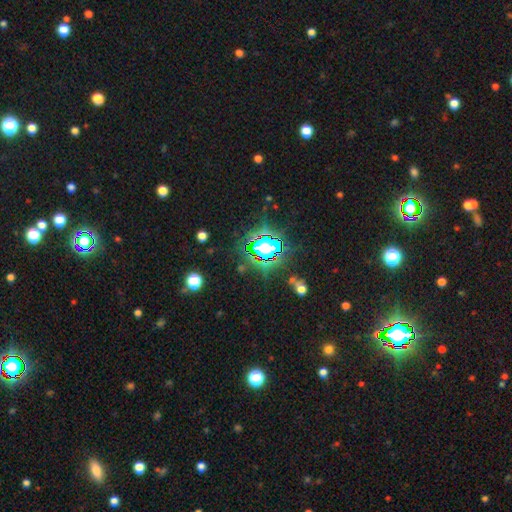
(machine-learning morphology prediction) star or artifact 79%, smooth 13%, featured or disk 8%.